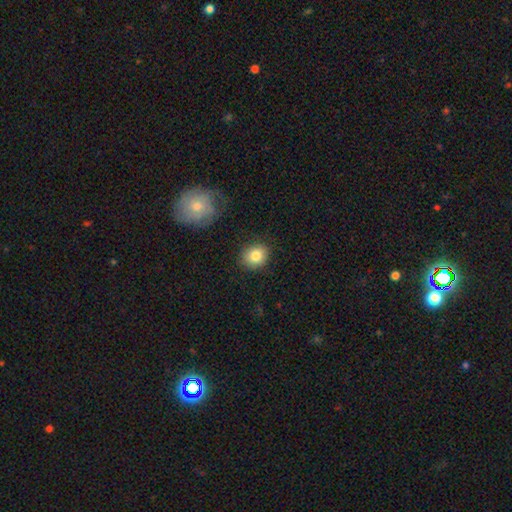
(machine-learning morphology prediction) Smooth or featured: smooth — 83% (star or artifact — 9%)
How rounded: round — 72% (in between — 27%)
Merging: none — 86% (minor disturbance — 10%)